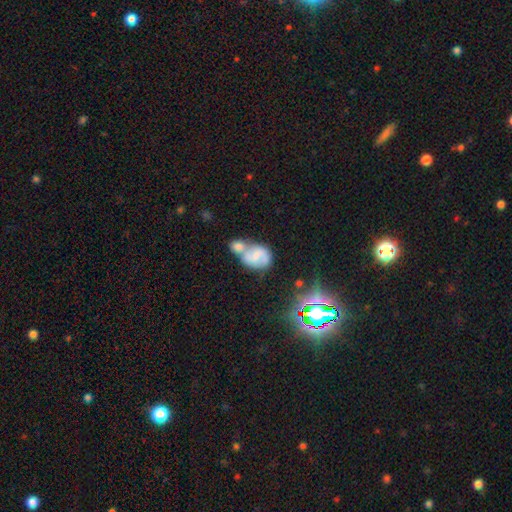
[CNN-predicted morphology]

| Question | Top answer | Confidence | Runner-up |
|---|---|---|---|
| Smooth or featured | smooth | 47% | featured or disk (42%) |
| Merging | merger | 63% | none (19%) |